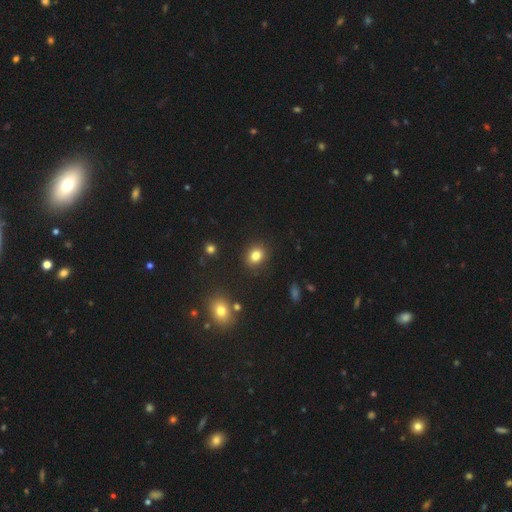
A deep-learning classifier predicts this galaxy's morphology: Smooth or featured? smooth (83%)
How rounded? round (54%)
Merging? none (88%)